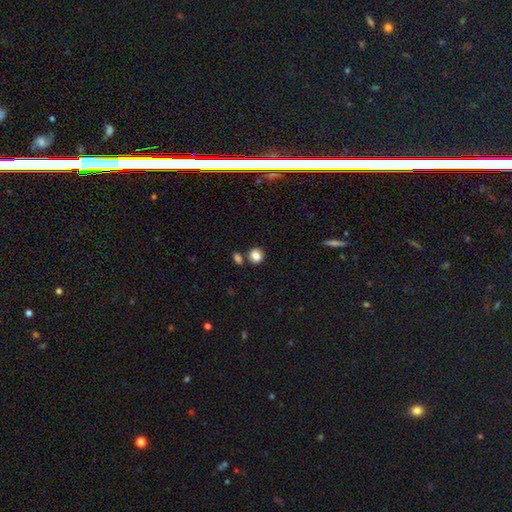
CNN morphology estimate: Smooth or featured? smooth (85%)
How rounded? round (79%)
Merging? none (75%)